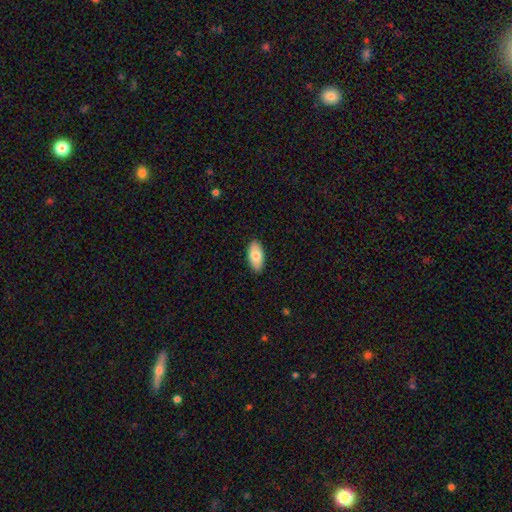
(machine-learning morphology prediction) A smooth galaxy with no disk features (79%) that is in between round and cigar-shaped (93%). Merging: none (88%).